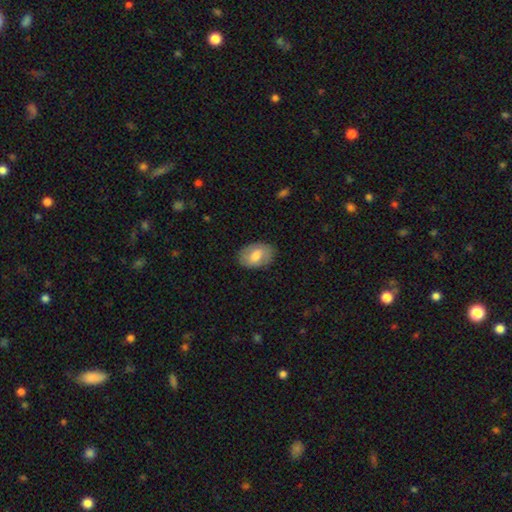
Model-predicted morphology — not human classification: smooth-or-featured: smooth: 63% | featured or disk: 30% | star or artifact: 6%
  how-rounded: in between: 85% | round: 14% | cigar-shaped: 1%
  merging: none: 82% | minor disturbance: 13% | major disturbance: 4% | merger: 1%